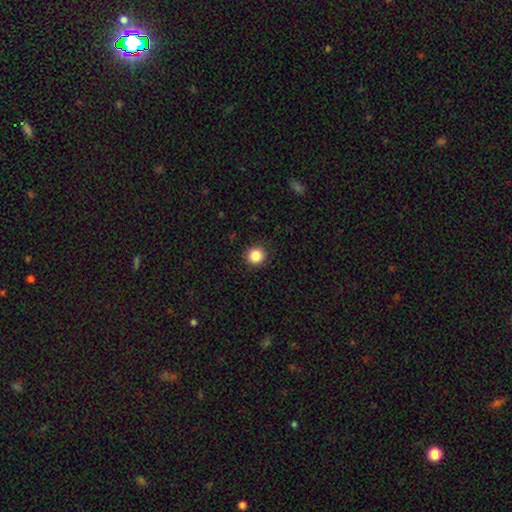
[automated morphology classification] type=smooth (86%); roundness=round (94%); merging=none (92%).